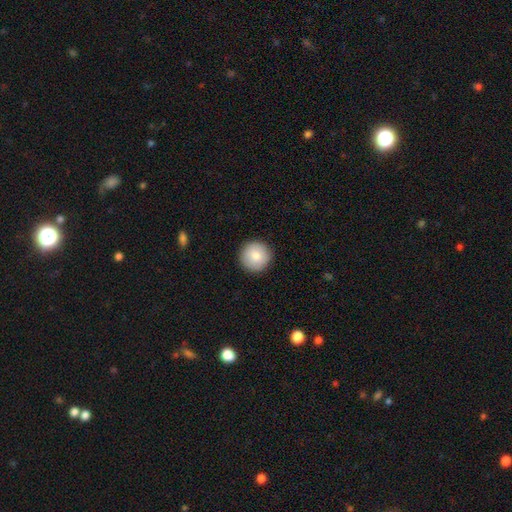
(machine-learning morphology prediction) A smooth galaxy with no disk features (84%) that is round (96%).

Vote fractions:
- Smooth or featured? smooth: 84% / featured or disk: 9% / star or artifact: 7%
- How rounded? round: 96% / in between: 3% / cigar-shaped: 1%
- Merging? none: 92% / minor disturbance: 6% / major disturbance: 2% / merger: 1%